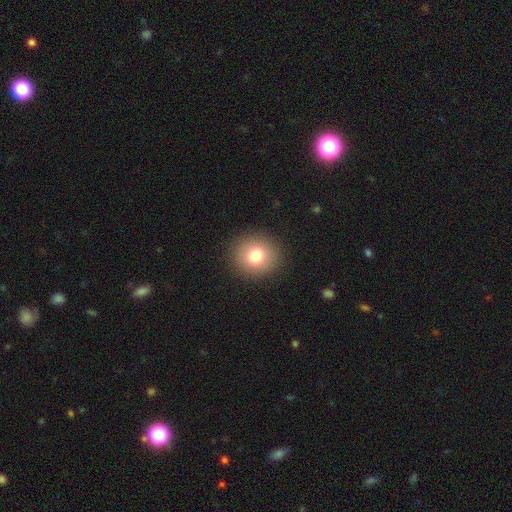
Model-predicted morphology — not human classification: This appears to be a smooth galaxy with no disk features (79%) that is round (90%). Merging: none (91%).